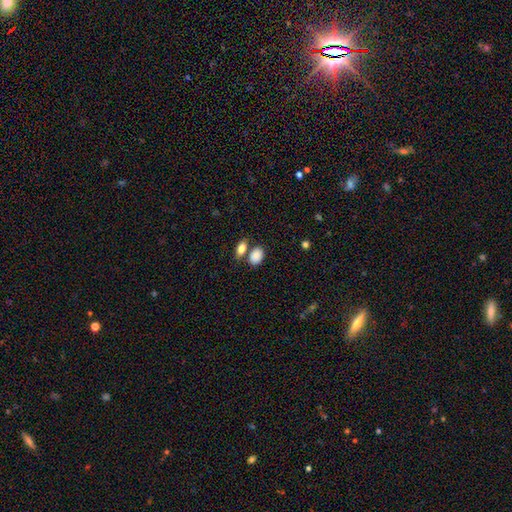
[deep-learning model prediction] This is clearly a smooth galaxy (86%). How rounded: clearly in between (82%). Merging: possibly none (55%).